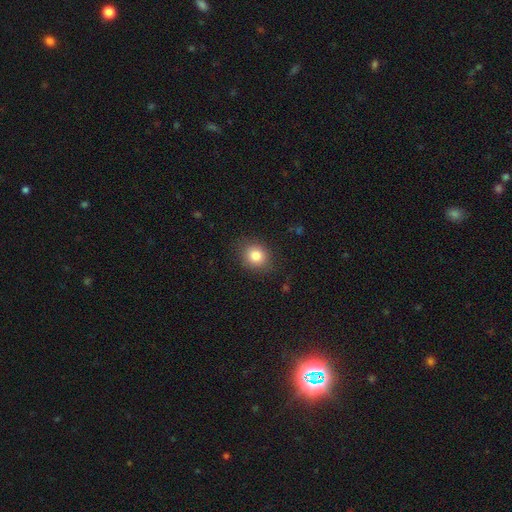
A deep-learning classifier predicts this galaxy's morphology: A smooth galaxy with no disk features (83%) that is round (69%).

Vote fractions:
- Smooth or featured? smooth: 83% / star or artifact: 10% / featured or disk: 7%
- How rounded? round: 69% / in between: 30% / cigar-shaped: 1%
- Merging? none: 84% / minor disturbance: 11% / major disturbance: 4% / merger: 1%